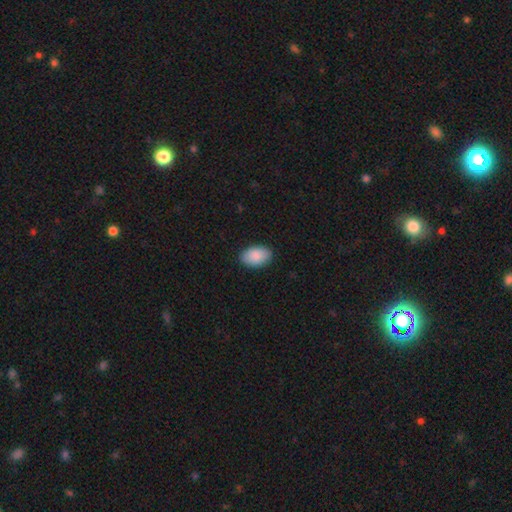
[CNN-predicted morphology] This is clearly a smooth galaxy (90%). How rounded: clearly in between (92%). Merging: clearly none (88%).